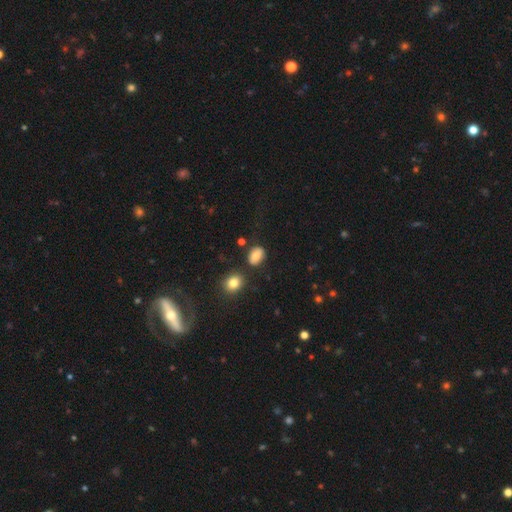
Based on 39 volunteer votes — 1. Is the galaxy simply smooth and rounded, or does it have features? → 79% smooth, 10% featured or disk, 10% star or artifact.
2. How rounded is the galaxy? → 58% in between, 35% round, 6% cigar-shaped.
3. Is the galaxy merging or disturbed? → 74% none, 14% minor disturbance, 6% major disturbance, 6% merger.